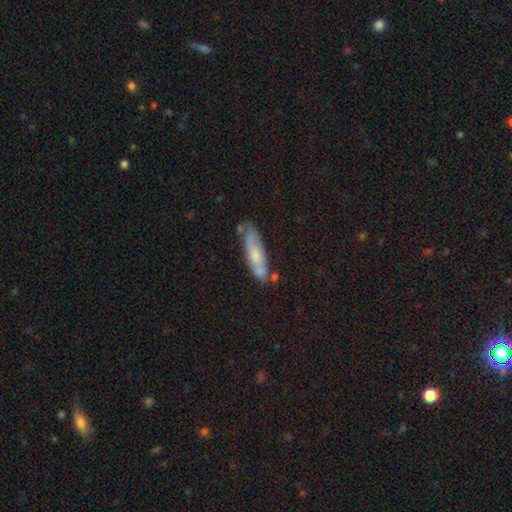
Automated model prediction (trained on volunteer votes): smooth_or_featured: smooth (p=0.55) [alt: featured or disk p=0.38]
how_rounded: cigar-shaped (p=0.69) [alt: in between p=0.29]
merging: none (p=0.59) [alt: minor disturbance p=0.24]